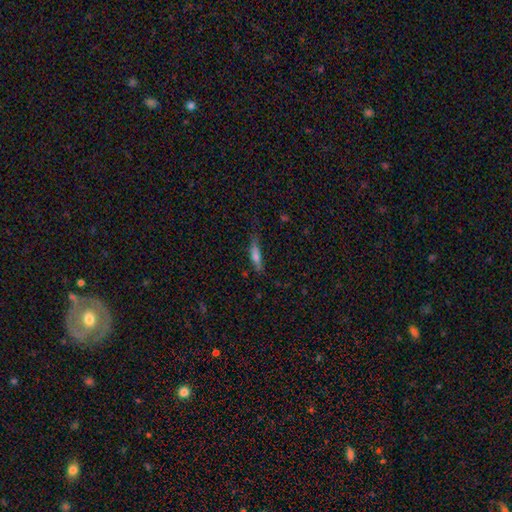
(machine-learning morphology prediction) Smooth or featured? smooth (68%)
How rounded? cigar-shaped (70%)
Merging? none (57%)